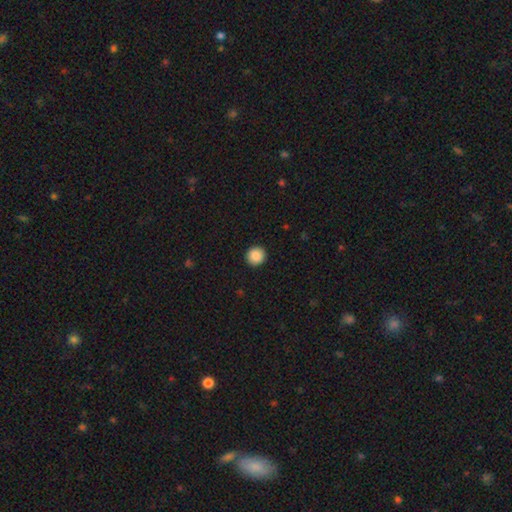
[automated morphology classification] Q: Smooth or featured?
A: smooth (89%); runner-up: star or artifact (8%)
Q: How rounded?
A: round (93%); runner-up: in between (6%)
Q: Merging?
A: none (93%); runner-up: minor disturbance (4%)